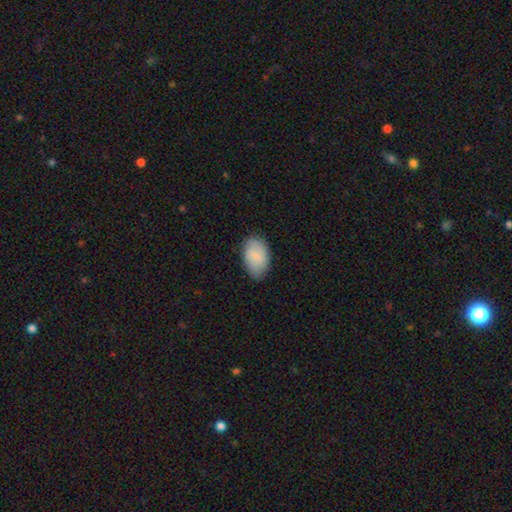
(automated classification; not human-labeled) Q: Smooth or featured?
A: smooth (81%); runner-up: featured or disk (12%)
Q: How rounded?
A: in between (91%); runner-up: round (8%)
Q: Merging?
A: none (76%); runner-up: minor disturbance (19%)